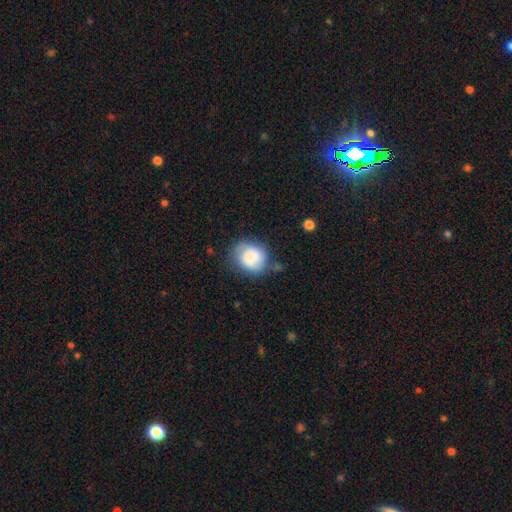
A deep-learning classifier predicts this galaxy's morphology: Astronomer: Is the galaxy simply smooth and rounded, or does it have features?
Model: smooth — 76%.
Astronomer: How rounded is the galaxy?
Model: round — 76%.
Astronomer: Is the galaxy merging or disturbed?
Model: none — 59%.